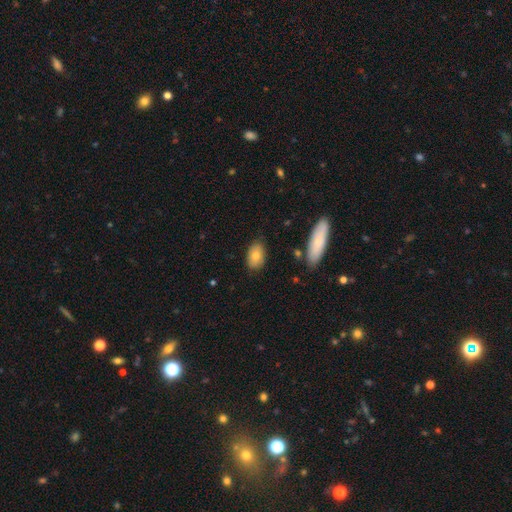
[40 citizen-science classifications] Smooth or featured?
  - smooth: 75% *
  - featured or disk: 12%
  - star or artifact: 12%
How rounded?
  - in between: 90% *
  - cigar-shaped: 7%
  - round: 3%
Merging?
  - none: 91% *
  - minor disturbance: 6%
  - major disturbance: 3%
  - merger: 0%